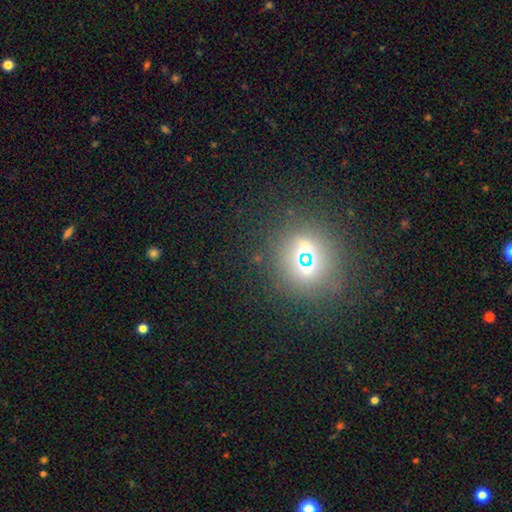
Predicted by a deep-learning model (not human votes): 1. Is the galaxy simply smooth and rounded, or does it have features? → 51% star or artifact, 33% smooth, 16% featured or disk.